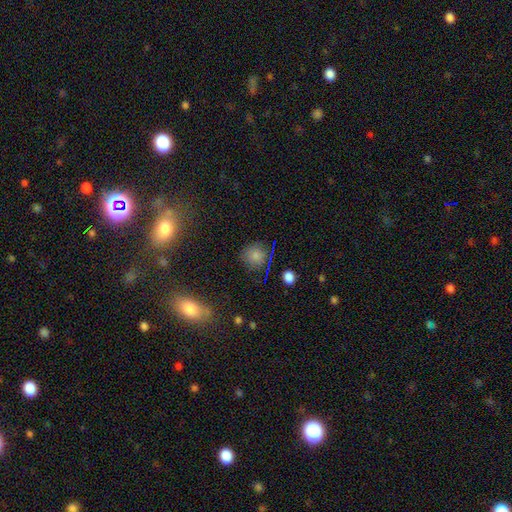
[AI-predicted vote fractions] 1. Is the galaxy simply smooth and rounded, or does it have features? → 76% smooth, 17% star or artifact, 7% featured or disk.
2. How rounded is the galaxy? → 89% round, 9% in between, 1% cigar-shaped.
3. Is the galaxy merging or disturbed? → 81% none, 12% minor disturbance, 4% major disturbance, 2% merger.